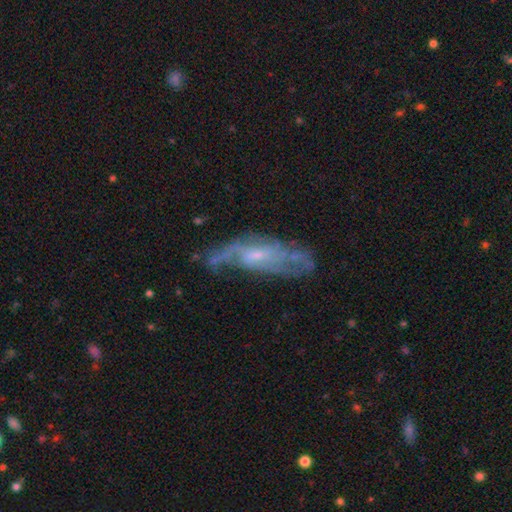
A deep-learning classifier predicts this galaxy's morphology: A featured or disk galaxy (77%) with no bar (49%), medium (39%) spiral arms (80%) and a small central bulge (68%). Merging: none (50%).